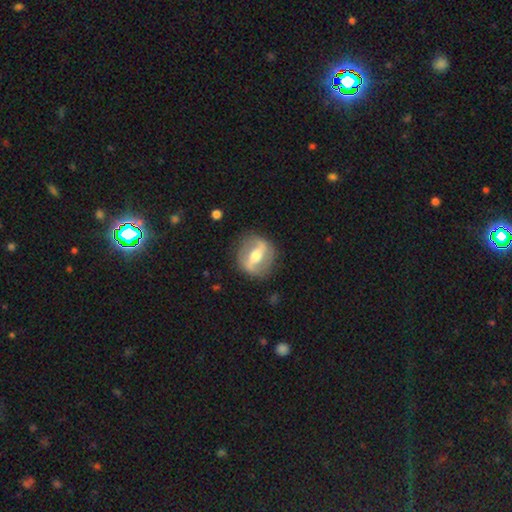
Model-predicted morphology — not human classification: A featured or disk galaxy (73%) with a strong bar (69%), no spiral arms (52%) and a moderate central bulge (66%). Merging: none (82%).